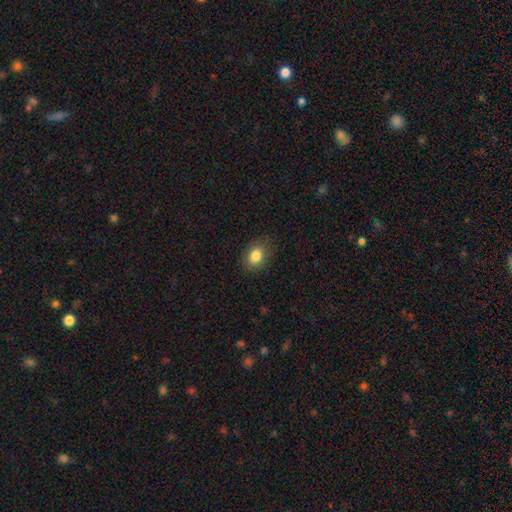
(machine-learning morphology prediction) This is clearly a smooth galaxy (84%). How rounded: likely in between (69%). Merging: clearly none (83%).